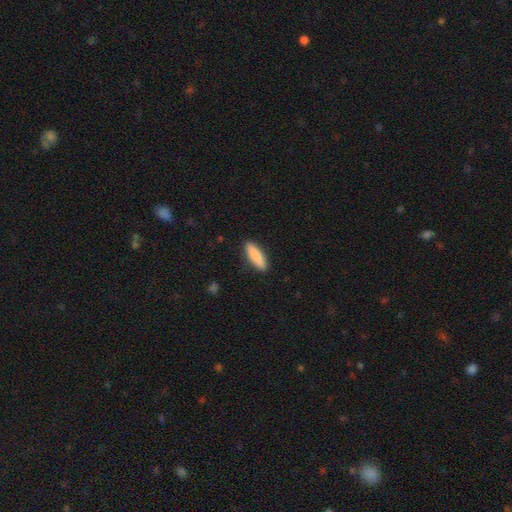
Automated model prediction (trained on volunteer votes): Overall: smooth (85%). How rounded: cigar-shaped (61%; in between 38%). Merging: none (89%).